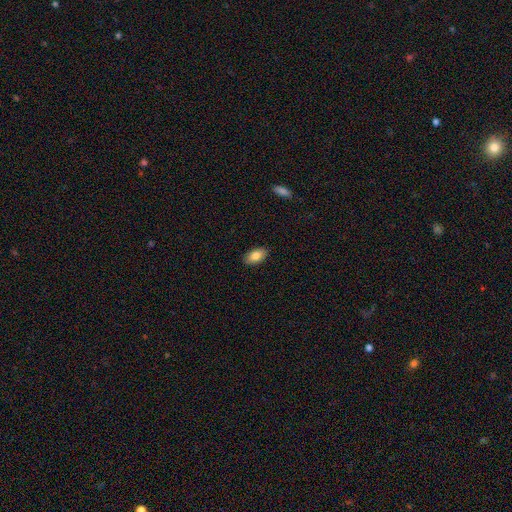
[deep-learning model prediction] Overall: smooth (84%). How rounded: in between (93%). Merging: none (89%).